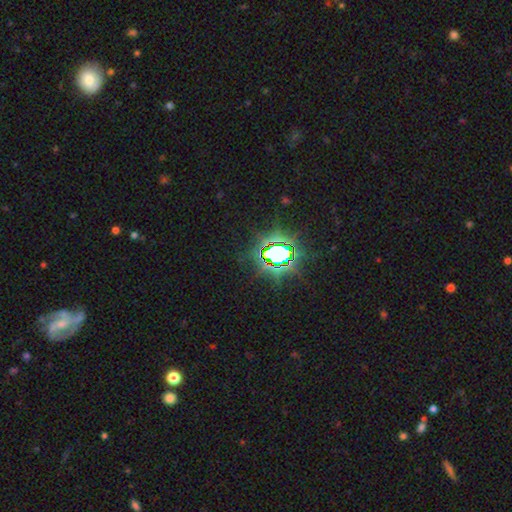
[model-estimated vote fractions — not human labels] A star or artifact, not a galaxy (80%).